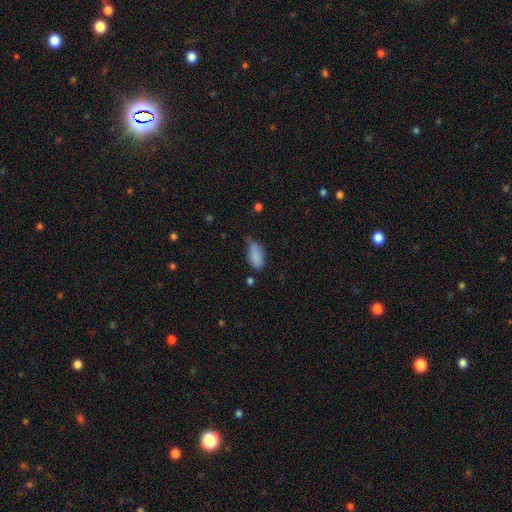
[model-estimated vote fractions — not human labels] Smooth or featured?
  - smooth: 85% *
  - star or artifact: 9%
  - featured or disk: 6%
How rounded?
  - in between: 91% *
  - cigar-shaped: 6%
  - round: 3%
Merging?
  - minor disturbance: 42% *
  - none: 41%
  - major disturbance: 13%
  - merger: 4%